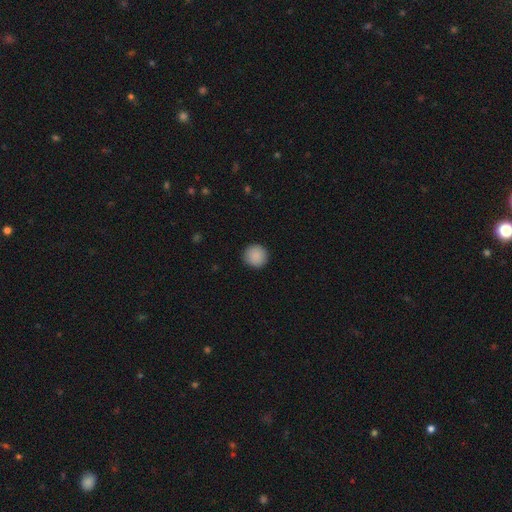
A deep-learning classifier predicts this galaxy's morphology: type=smooth (90%); roundness=round (95%); merging=none (92%).